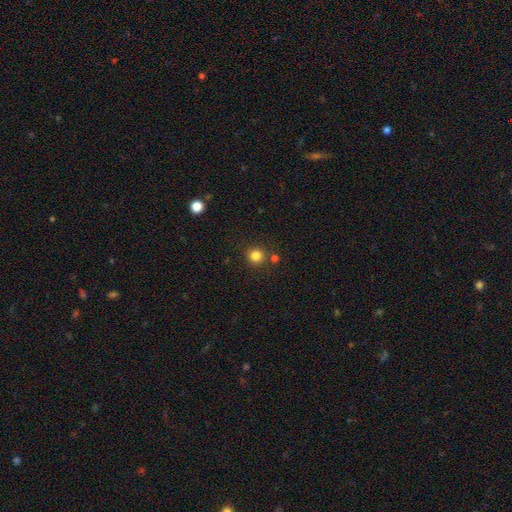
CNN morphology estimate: Smooth or featured? smooth (82%)
How rounded? round (94%)
Merging? none (84%)